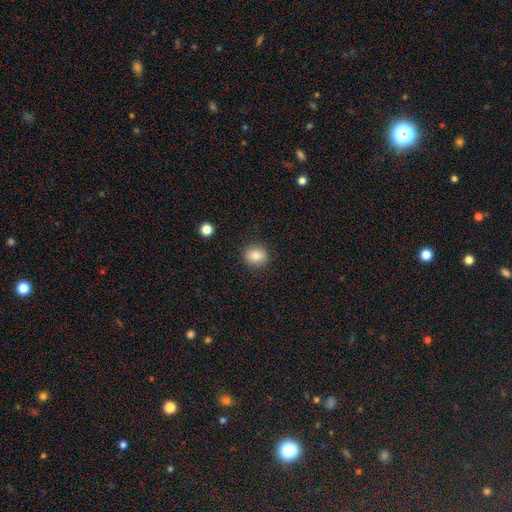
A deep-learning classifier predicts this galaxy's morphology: type=smooth (82%); roundness=round (80%); merging=none (89%).